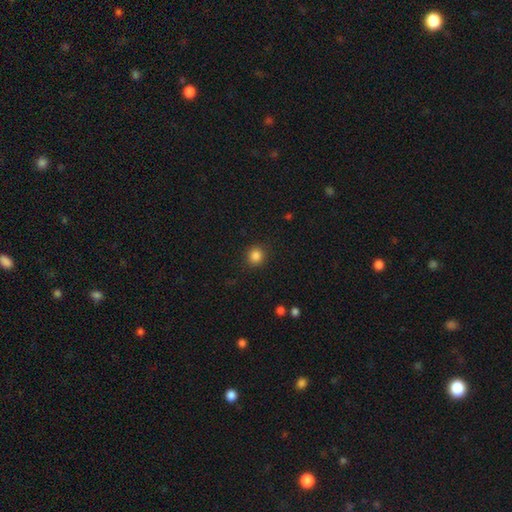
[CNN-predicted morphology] A smooth galaxy with no disk features (85%) that is round (89%).

Vote fractions:
- Smooth or featured? smooth: 85% / star or artifact: 11% / featured or disk: 4%
- How rounded? round: 89% / in between: 10% / cigar-shaped: 1%
- Merging? none: 90% / minor disturbance: 7% / major disturbance: 2% / merger: 1%